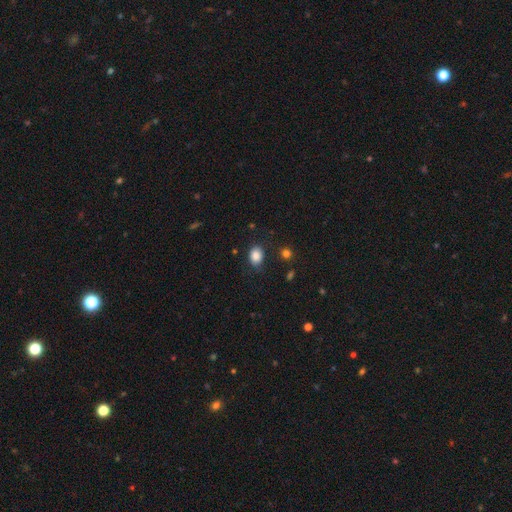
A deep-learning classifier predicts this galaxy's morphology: smooth_or_featured: smooth (p=0.86) [alt: star or artifact p=0.10]
how_rounded: in between (p=0.61) [alt: round p=0.38]
merging: none (p=0.77) [alt: minor disturbance p=0.16]